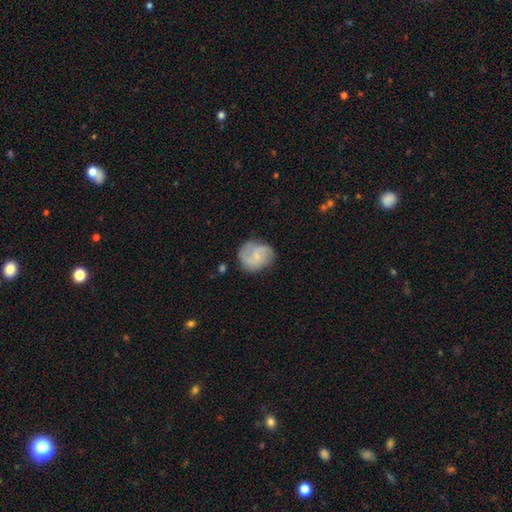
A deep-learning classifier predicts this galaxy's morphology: A featured or disk galaxy (55%) with no bar (52%), spiral arms (88%) and a small central bulge (60%). Merging: none (69%).